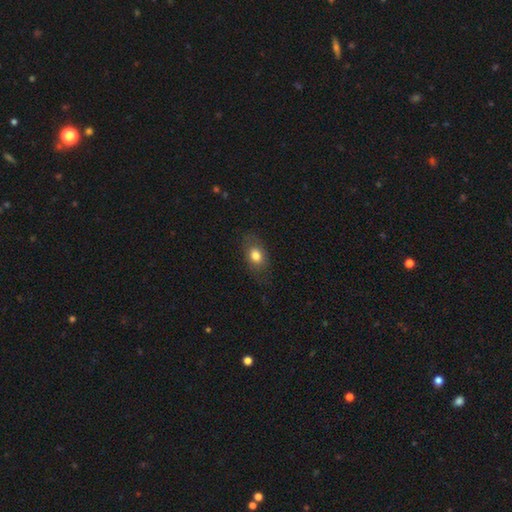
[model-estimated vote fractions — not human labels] smooth-or-featured: smooth: 77% | featured or disk: 15% | star or artifact: 8%
  how-rounded: in between: 75% | round: 23% | cigar-shaped: 2%
  merging: none: 75% | minor disturbance: 18% | major disturbance: 7% | merger: 1%